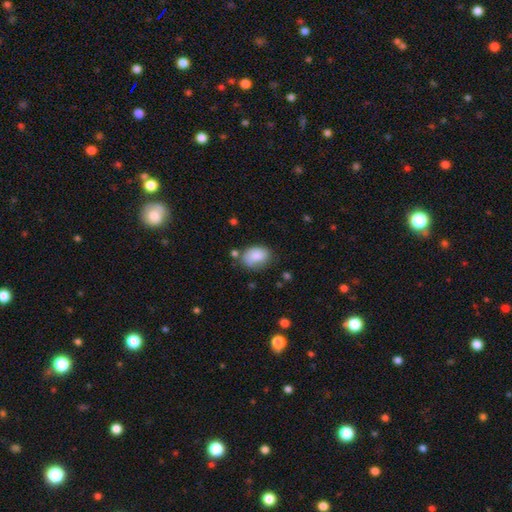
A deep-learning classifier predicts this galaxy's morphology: smooth_or_featured: smooth (p=0.81) [alt: featured or disk p=0.11]
how_rounded: in between (p=0.78) [alt: round p=0.21]
merging: none (p=0.59) [alt: minor disturbance p=0.26]